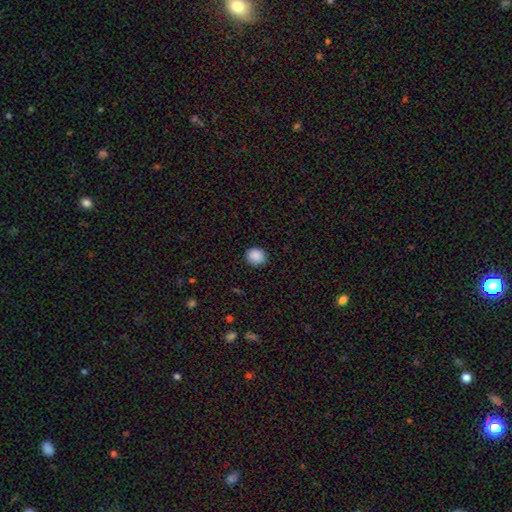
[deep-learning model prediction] Morphology: type=smooth (89%); roundness=round (76%); merging=none (90%).